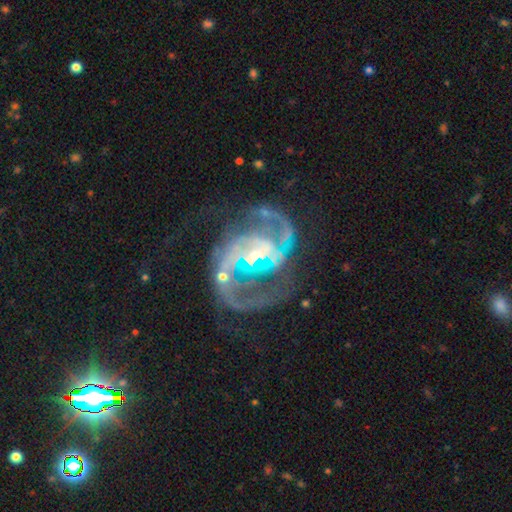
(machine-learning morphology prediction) Overall: featured or disk (90%). Edge-on disk: no (98%). Bar: weak (47%; no 27%). Spiral arms: yes (95%). Spiral arm count: 2 (76%). Spiral winding: medium (55%; loose 28%). Bulge size: small (60%; moderate 29%). Merging: none (51%; major disturbance 26%).